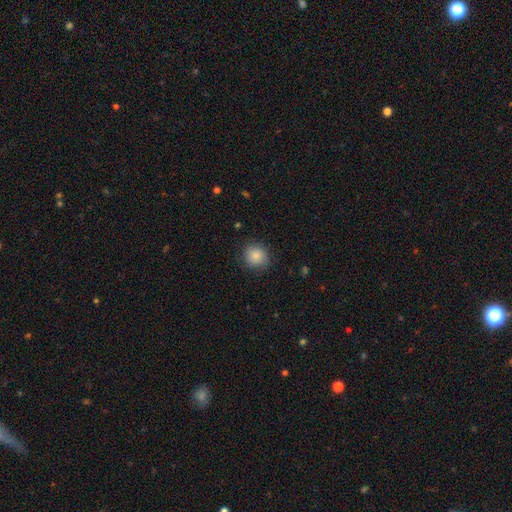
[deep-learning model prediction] This is clearly a smooth galaxy (86%). How rounded: clearly round (88%). Merging: clearly none (86%).